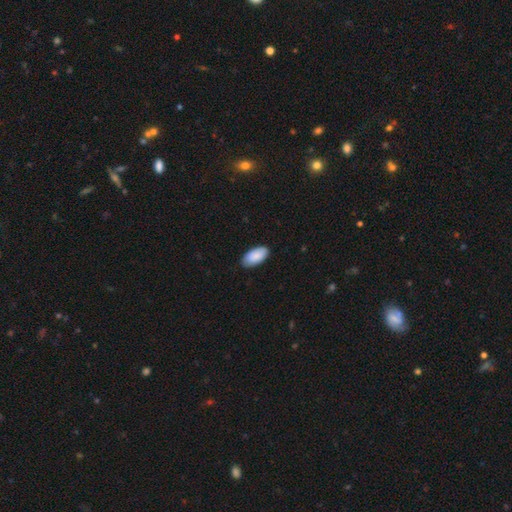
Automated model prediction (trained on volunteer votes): Q: Smooth or featured?
A: smooth (90%); runner-up: star or artifact (5%)
Q: How rounded?
A: in between (96%); runner-up: cigar-shaped (2%)
Q: Merging?
A: none (86%); runner-up: minor disturbance (12%)